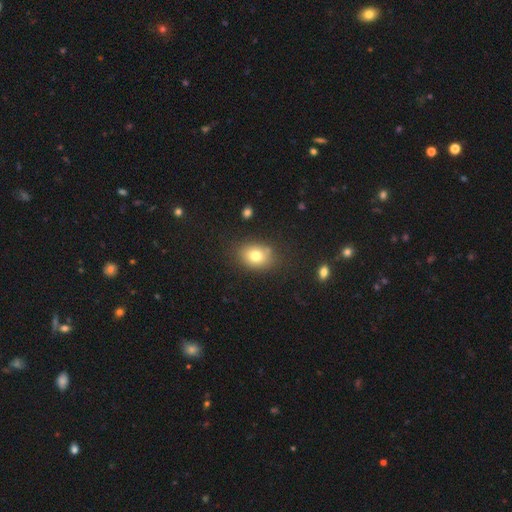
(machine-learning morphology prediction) type=smooth (77%); roundness=in between (63%); merging=none (80%).